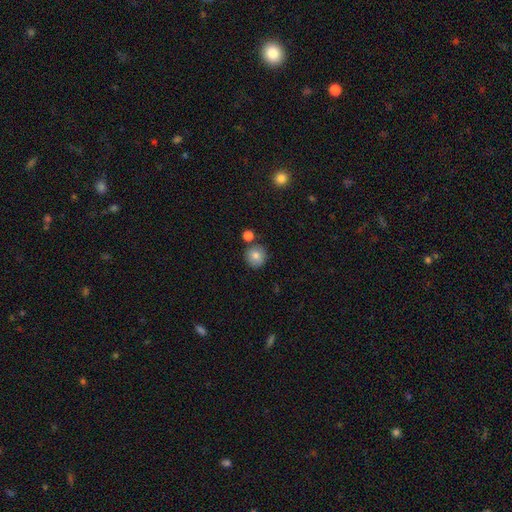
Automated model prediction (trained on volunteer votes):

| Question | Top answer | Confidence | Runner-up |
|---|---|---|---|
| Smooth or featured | smooth | 81% | star or artifact (10%) |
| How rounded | round | 92% | in between (7%) |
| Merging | none | 77% | merger (12%) |